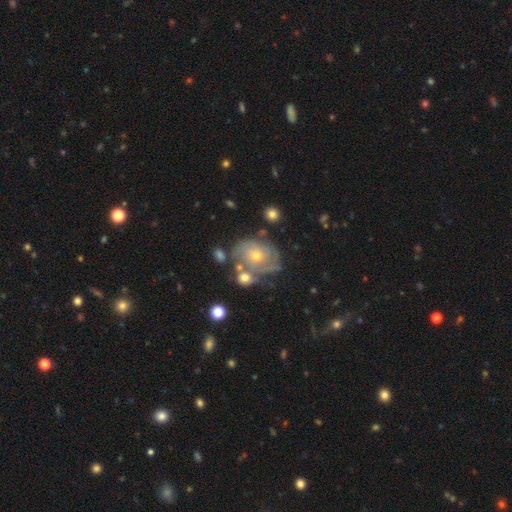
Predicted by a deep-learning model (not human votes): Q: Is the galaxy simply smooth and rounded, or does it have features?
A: featured or disk — 68%.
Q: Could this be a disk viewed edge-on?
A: no — 96%.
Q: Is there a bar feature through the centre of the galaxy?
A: no — 82%.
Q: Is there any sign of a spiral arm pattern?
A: yes — 77%.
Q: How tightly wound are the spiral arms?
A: tight — 60%.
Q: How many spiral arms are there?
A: can't tell — 51%.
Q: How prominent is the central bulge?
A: small — 56%.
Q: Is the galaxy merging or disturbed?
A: none — 50%.